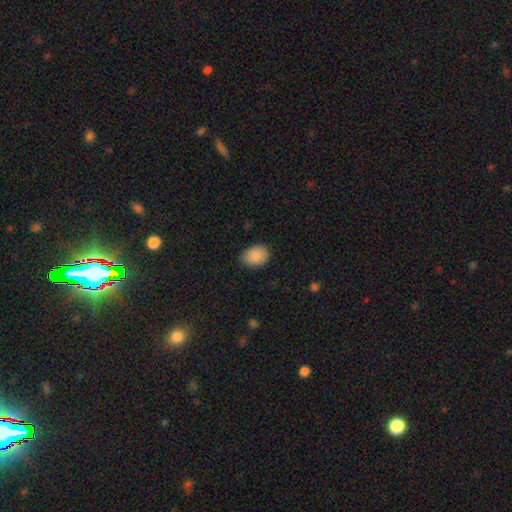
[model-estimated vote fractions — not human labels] Overall: smooth (88%). How rounded: in between (68%; round 31%). Merging: none (79%).